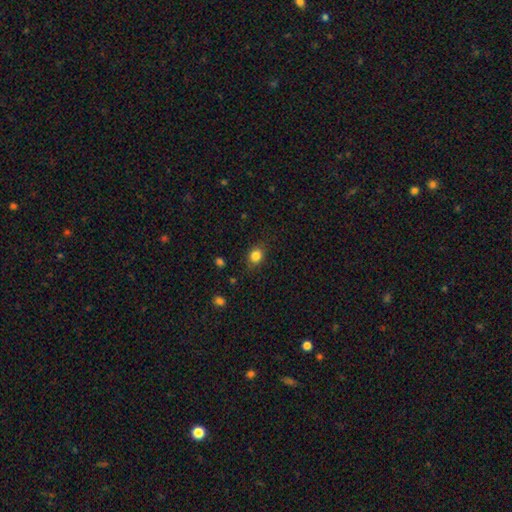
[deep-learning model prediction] Smooth or featured? Predicted: smooth (p=0.84). How rounded? Predicted: round (p=0.54). Merging? Predicted: none (p=0.82).